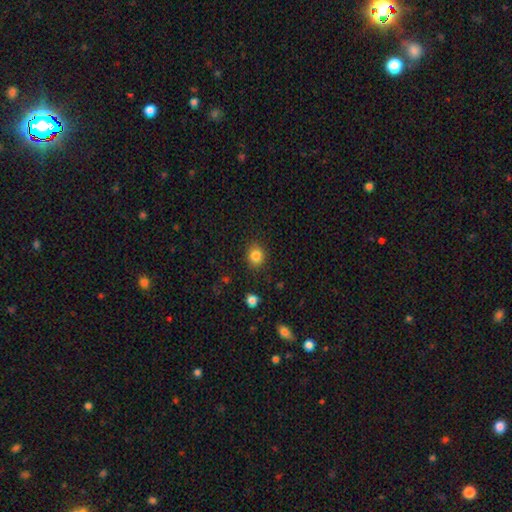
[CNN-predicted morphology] type=smooth (84%); roundness=round (71%); merging=none (87%).